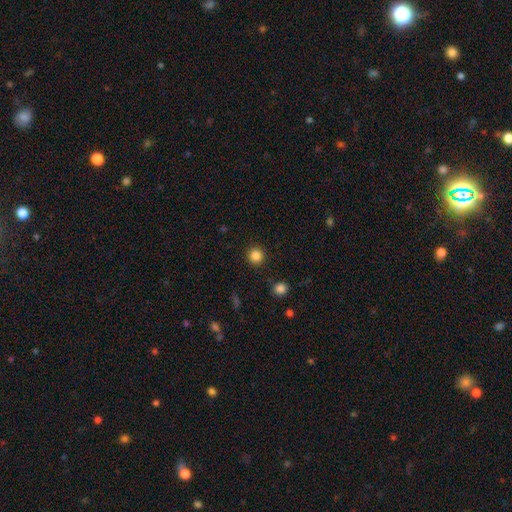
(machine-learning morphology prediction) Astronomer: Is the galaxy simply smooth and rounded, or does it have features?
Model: smooth — 85%.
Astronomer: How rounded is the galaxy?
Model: round — 95%.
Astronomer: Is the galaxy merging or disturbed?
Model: none — 91%.